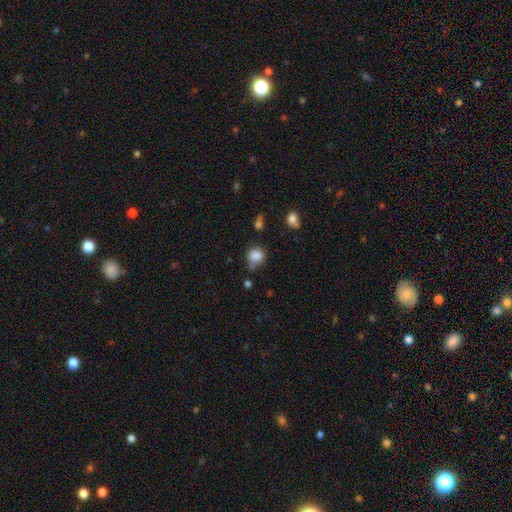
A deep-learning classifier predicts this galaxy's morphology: Smooth or featured? smooth (84%)
How rounded? round (80%)
Merging? none (64%)